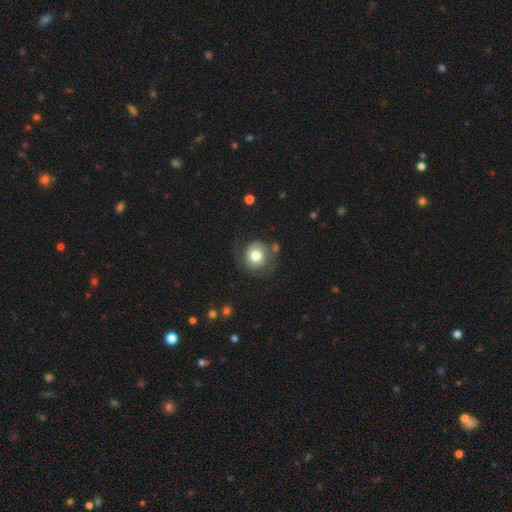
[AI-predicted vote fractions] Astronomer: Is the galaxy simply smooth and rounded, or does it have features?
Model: smooth — 59%.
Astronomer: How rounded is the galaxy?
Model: round — 86%.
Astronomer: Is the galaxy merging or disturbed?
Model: none — 58%.